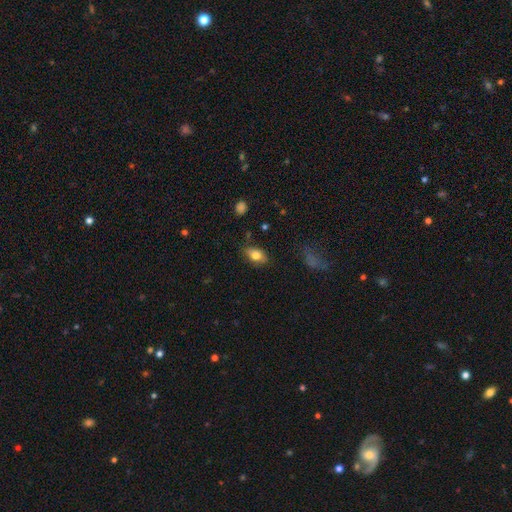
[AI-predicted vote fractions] smooth_or_featured: smooth (p=0.76) [alt: featured or disk p=0.16]
how_rounded: in between (p=0.86) [alt: round p=0.09]
merging: none (p=0.79) [alt: minor disturbance p=0.16]